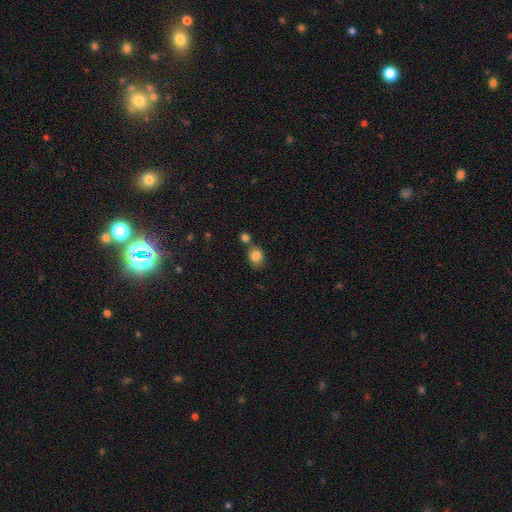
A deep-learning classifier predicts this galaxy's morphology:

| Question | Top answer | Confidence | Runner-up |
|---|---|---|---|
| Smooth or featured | smooth | 83% | star or artifact (9%) |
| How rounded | round | 56% | in between (43%) |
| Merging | none | 57% | merger (25%) |